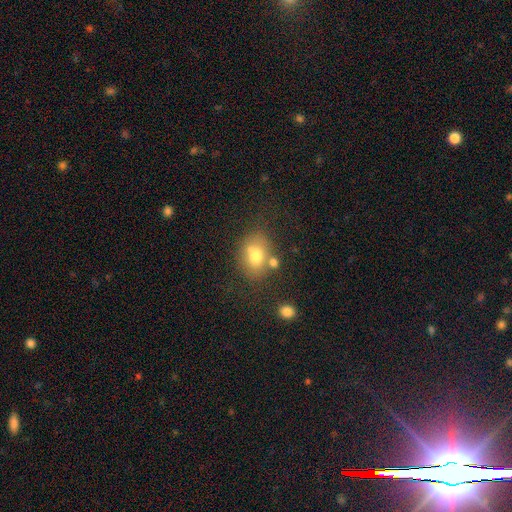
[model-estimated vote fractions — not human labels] smooth_or_featured: smooth (p=0.69) [alt: featured or disk p=0.19]
how_rounded: in between (p=0.61) [alt: round p=0.38]
merging: none (p=0.57) [alt: merger p=0.20]